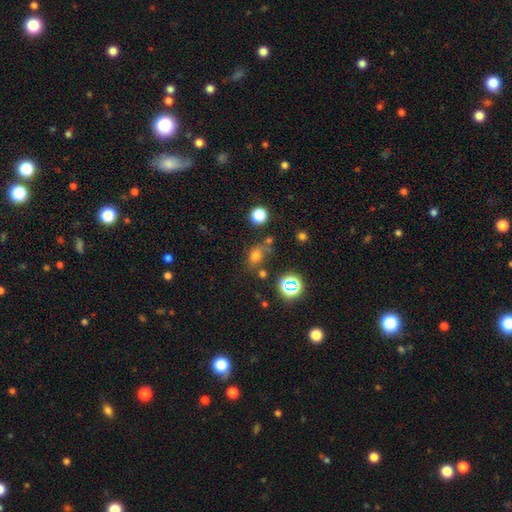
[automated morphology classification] Overall: smooth (67%). How rounded: round (49%, tied with in between). Merging: none (59%).